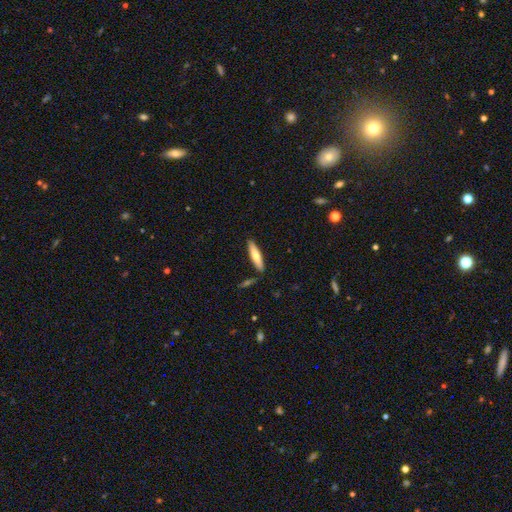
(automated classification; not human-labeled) Morphology: type=smooth (66%); roundness=cigar-shaped (79%); merging=none (87%).